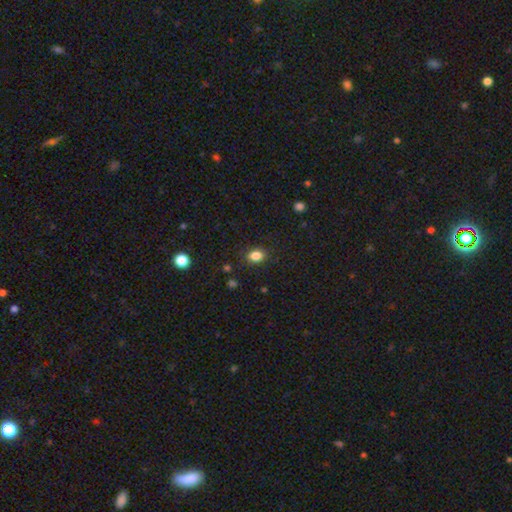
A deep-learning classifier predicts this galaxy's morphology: A smooth galaxy with no disk features (85%) that is in between round and cigar-shaped (62%).

Vote fractions:
- Smooth or featured? smooth: 85% / star or artifact: 11% / featured or disk: 4%
- How rounded? in between: 62% / round: 37% / cigar-shaped: 1%
- Merging? none: 86% / minor disturbance: 10% / major disturbance: 3% / merger: 1%